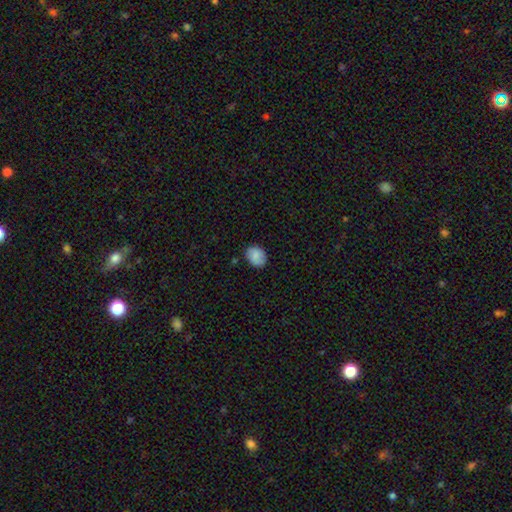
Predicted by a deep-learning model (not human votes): Smooth or featured? Predicted: smooth (p=0.82). How rounded? Predicted: in between (p=0.51). Merging? Predicted: none (p=0.81).